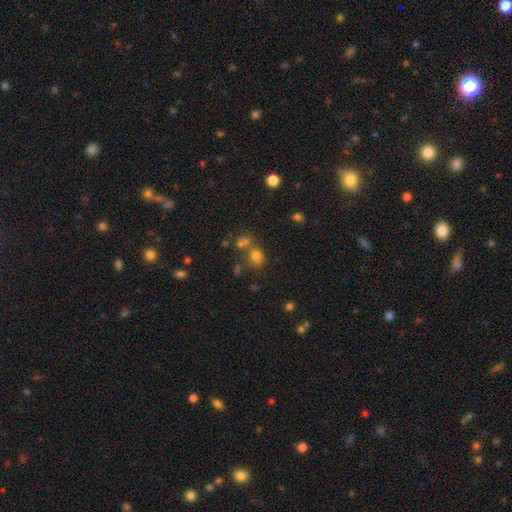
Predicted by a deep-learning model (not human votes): smooth 70%, star or artifact 20%, featured or disk 10%. Down the decision tree: how rounded — round (68%); merging — none (55%).